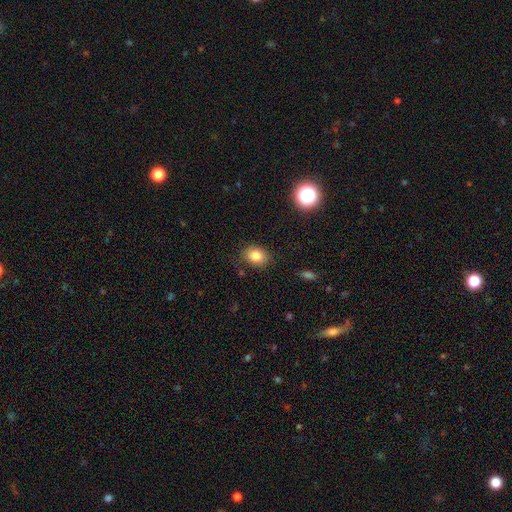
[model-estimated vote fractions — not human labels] Q: Smooth or featured?
A: smooth (82%); runner-up: star or artifact (11%)
Q: How rounded?
A: in between (60%); runner-up: round (39%)
Q: Merging?
A: none (83%); runner-up: minor disturbance (12%)